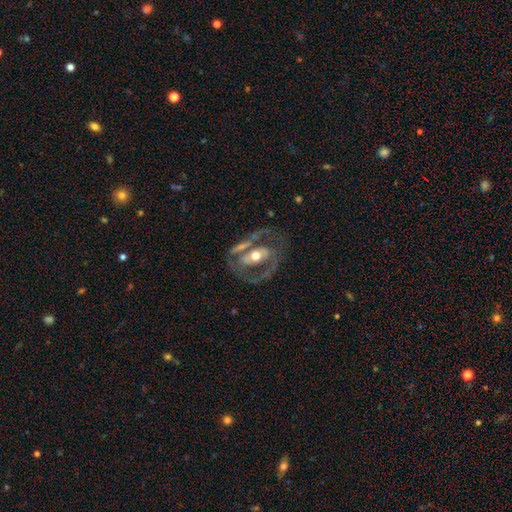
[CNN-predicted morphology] Smooth or featured?
  - featured or disk: 78% *
  - smooth: 17%
  - star or artifact: 5%
Edge-on disk?
  - no: 93% *
  - yes: 7%
Bar?
  - no: 44% *
  - weak: 29%
  - strong: 27%
Spiral arms?
  - yes: 66% *
  - no: 34%
Bulge size?
  - moderate: 73% *
  - small: 13%
  - large: 12%
  - dominant: 1%
  - none: 1%
Merging?
  - none: 51% *
  - major disturbance: 19%
  - minor disturbance: 17%
  - merger: 13%